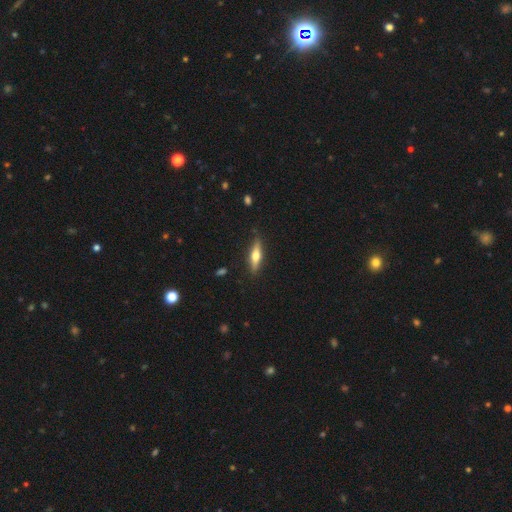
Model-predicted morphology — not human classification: A featured or disk galaxy (50%).

Vote fractions:
- Smooth or featured? featured or disk: 50% / smooth: 44% / star or artifact: 6%
- Merging? none: 86% / minor disturbance: 11% / major disturbance: 2% / merger: 1%